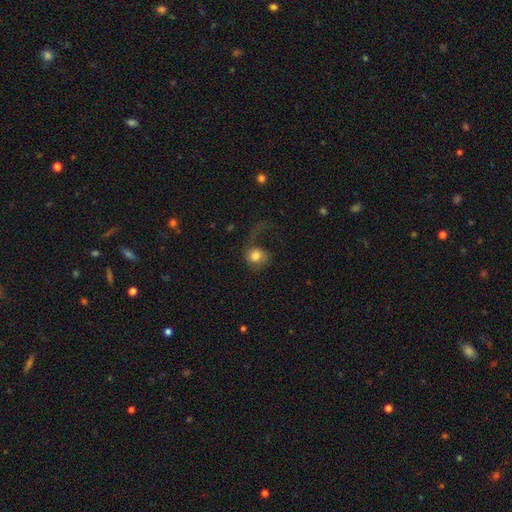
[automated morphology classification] smooth_or_featured: smooth (p=0.66) [alt: featured or disk p=0.25]
how_rounded: round (p=0.76) [alt: in between p=0.23]
merging: major disturbance (p=0.55) [alt: none p=0.27]